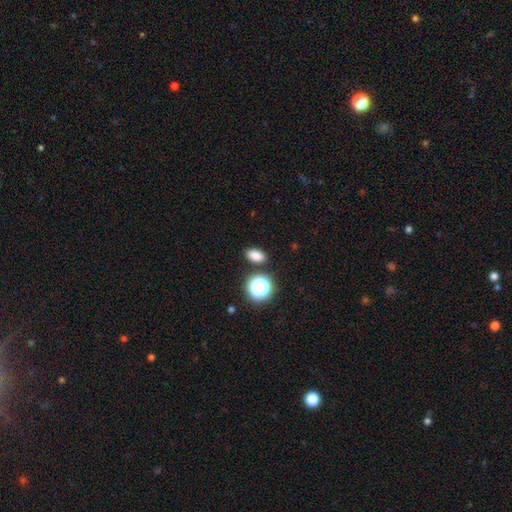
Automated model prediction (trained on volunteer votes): Q: Smooth or featured?
A: smooth (81%); runner-up: star or artifact (14%)
Q: How rounded?
A: in between (80%); runner-up: round (18%)
Q: Merging?
A: none (84%); runner-up: minor disturbance (9%)